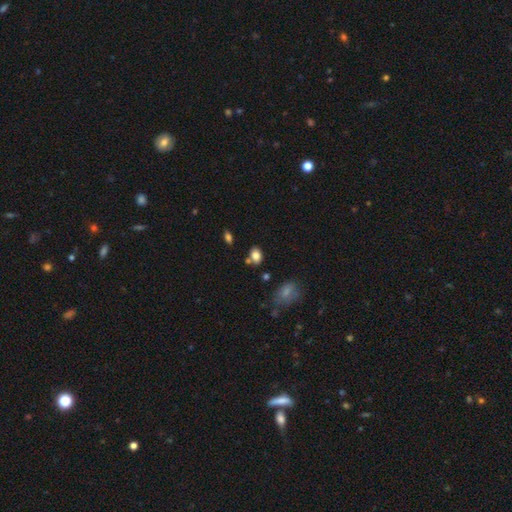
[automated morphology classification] Overall: smooth (82%). How rounded: in between (75%). Merging: none (67%).